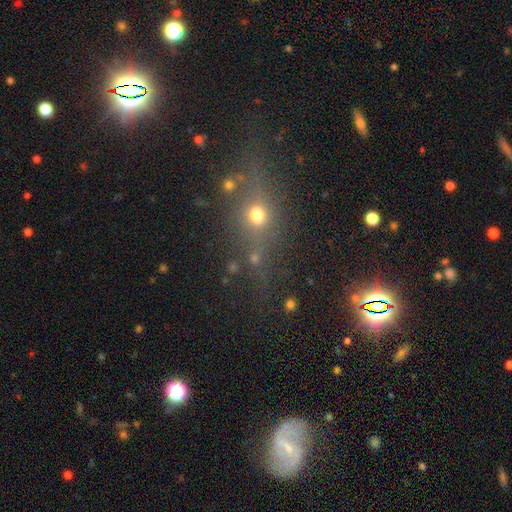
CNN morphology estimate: A star or artifact, not a galaxy (40%).

Vote fractions:
- Smooth or featured? star or artifact: 40% / smooth: 38% / featured or disk: 21%